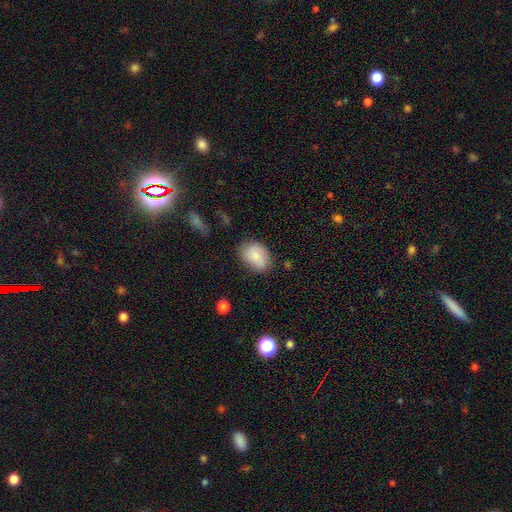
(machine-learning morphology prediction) This is clearly a smooth galaxy (81%). How rounded: likely in between (78%). Merging: likely none (67%).